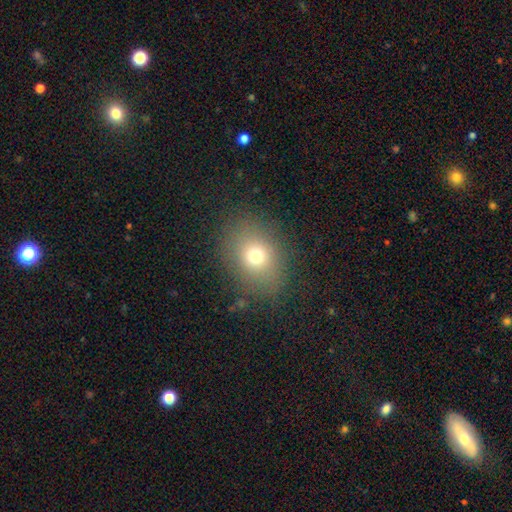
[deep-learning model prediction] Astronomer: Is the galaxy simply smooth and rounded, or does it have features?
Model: smooth — 69%.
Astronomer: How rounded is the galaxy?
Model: in between — 55% (runner-up: round, 44%).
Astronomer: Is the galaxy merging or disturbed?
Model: none — 86%.